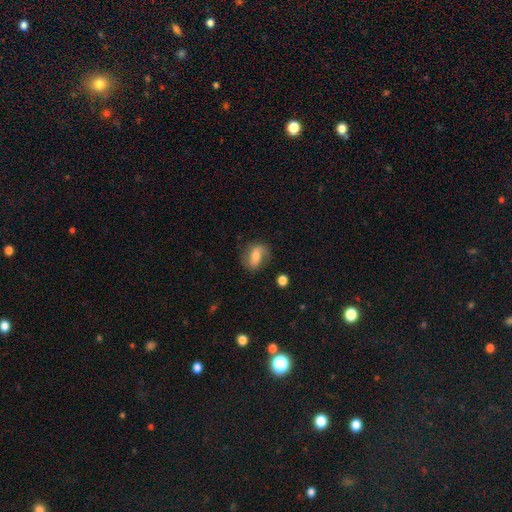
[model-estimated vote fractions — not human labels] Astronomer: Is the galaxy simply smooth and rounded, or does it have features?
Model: featured or disk — 48% (runner-up: smooth, 44%).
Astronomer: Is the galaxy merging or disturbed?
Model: none — 71%.